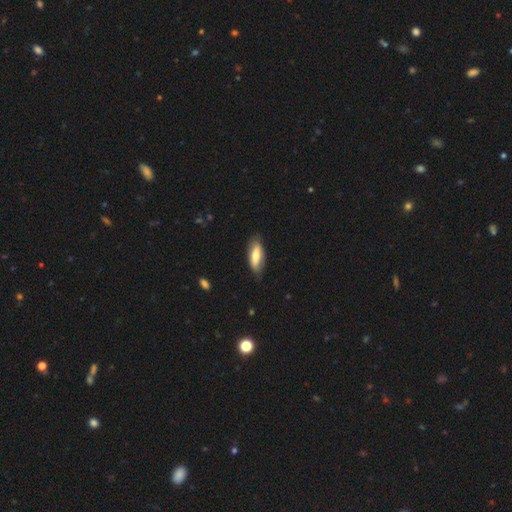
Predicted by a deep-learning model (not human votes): smooth-or-featured: smooth: 67% | featured or disk: 27% | star or artifact: 6%
  how-rounded: in between: 69% | cigar-shaped: 29% | round: 2%
  merging: none: 77% | minor disturbance: 18% | major disturbance: 4% | merger: 1%